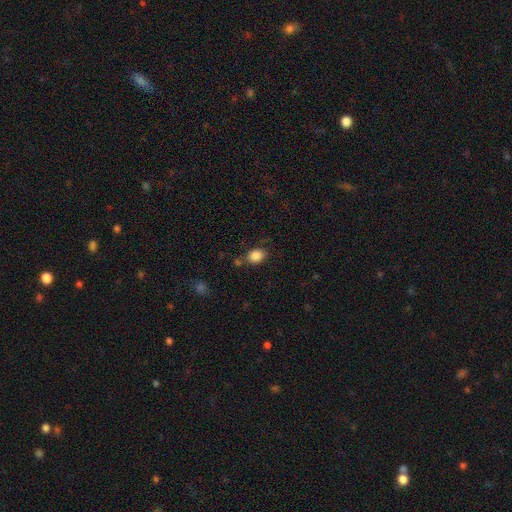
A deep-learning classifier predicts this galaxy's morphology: Smooth or featured? Predicted: smooth (p=0.85). How rounded? Predicted: in between (p=0.63). Merging? Predicted: none (p=0.72).